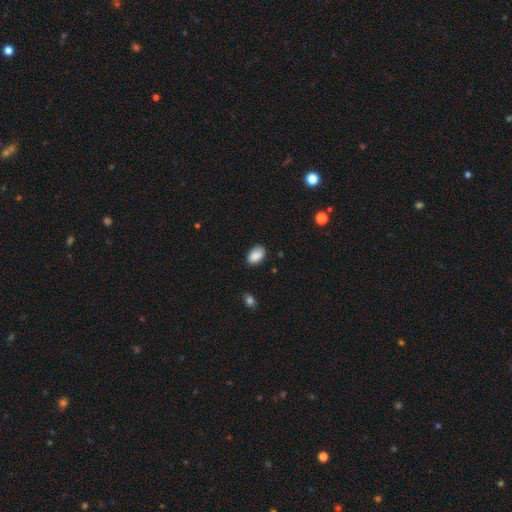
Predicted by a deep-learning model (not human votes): This is clearly a smooth galaxy (88%). How rounded: clearly in between (93%). Merging: clearly none (81%).